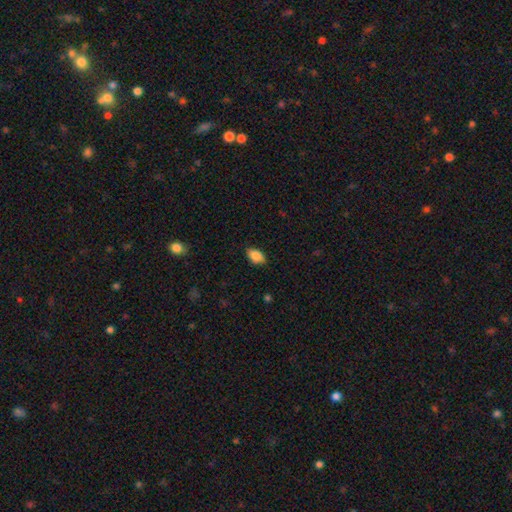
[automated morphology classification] This is clearly a smooth galaxy (86%). How rounded: clearly in between (90%). Merging: clearly none (84%).